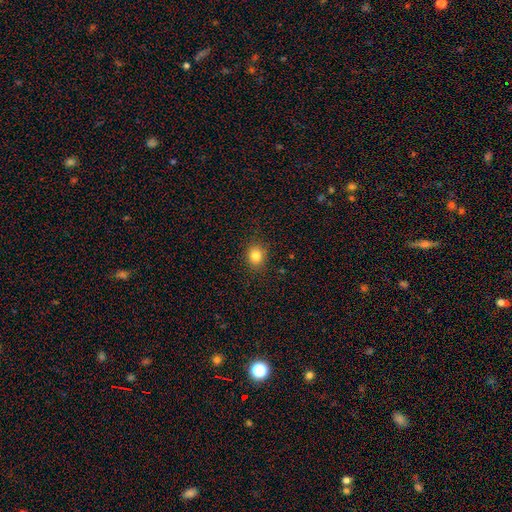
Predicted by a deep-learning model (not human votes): Smooth or featured? Predicted: smooth (p=0.82). How rounded? Predicted: round (p=0.71). Merging? Predicted: none (p=0.87).